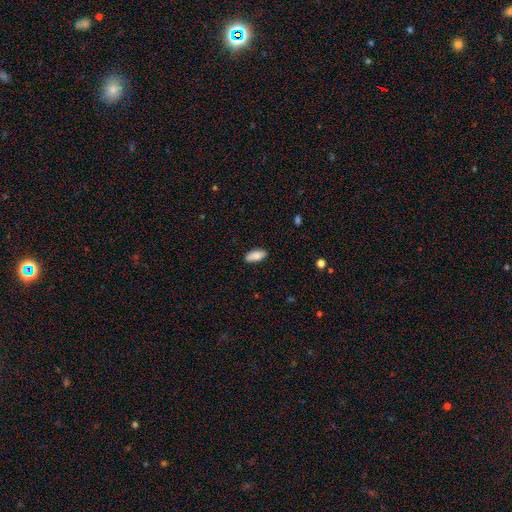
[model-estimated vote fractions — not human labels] Morphology: type=smooth (84%); roundness=in between (85%); merging=none (84%).